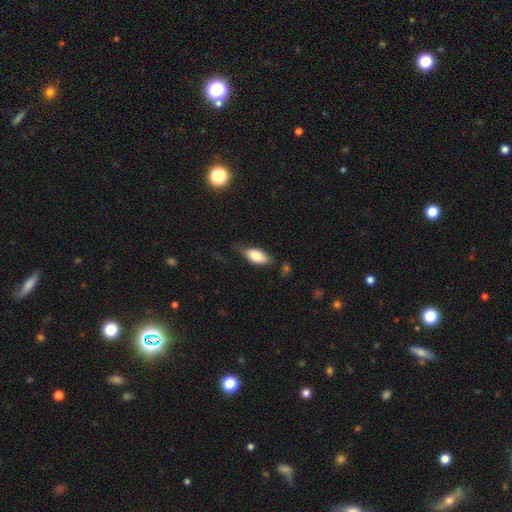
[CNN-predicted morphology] smooth_or_featured: smooth (p=0.78) [alt: featured or disk p=0.15]
how_rounded: in between (p=0.89) [alt: cigar-shaped p=0.08]
merging: none (p=0.48) [alt: minor disturbance p=0.32]